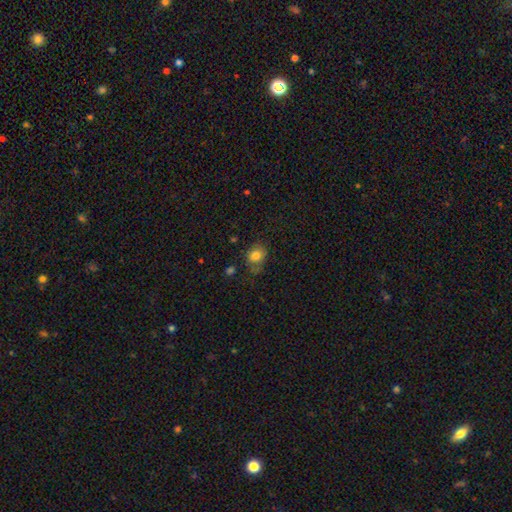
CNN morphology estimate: Smooth or featured: smooth — 79% (star or artifact — 10%)
How rounded: round — 55% (in between — 44%)
Merging: none — 62% (minor disturbance — 26%)